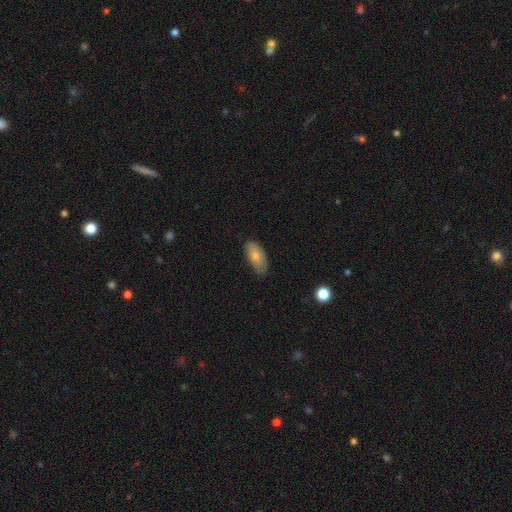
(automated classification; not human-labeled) Morphology: type=smooth (78%); roundness=in between (89%); merging=none (81%).